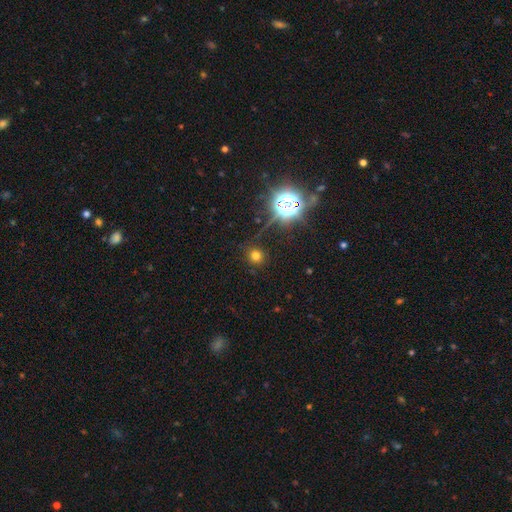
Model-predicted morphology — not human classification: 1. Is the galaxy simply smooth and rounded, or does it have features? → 66% smooth, 27% star or artifact, 7% featured or disk.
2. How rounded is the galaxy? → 91% round, 8% in between, 1% cigar-shaped.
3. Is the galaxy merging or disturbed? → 87% none, 8% minor disturbance, 4% major disturbance, 2% merger.